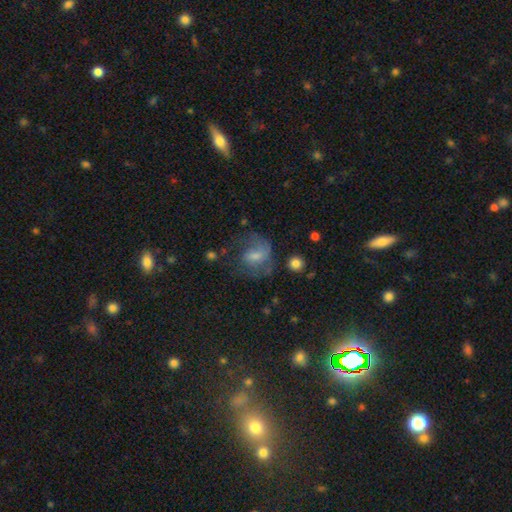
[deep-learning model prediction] Morphology: type=featured or disk (47%); merging=none (41%).